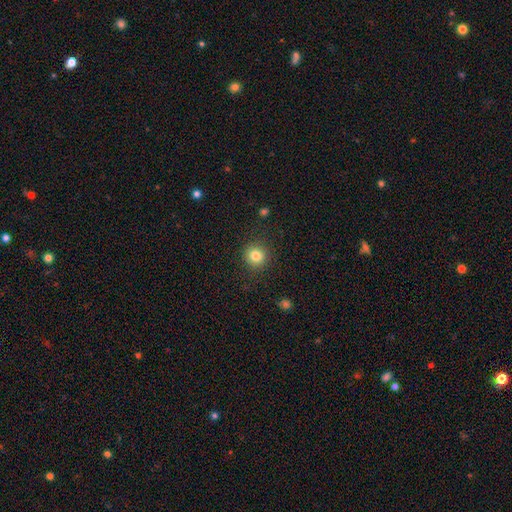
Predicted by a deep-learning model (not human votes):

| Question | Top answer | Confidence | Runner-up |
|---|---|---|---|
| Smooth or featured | smooth | 82% | star or artifact (11%) |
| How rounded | round | 93% | in between (6%) |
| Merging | none | 89% | minor disturbance (7%) |